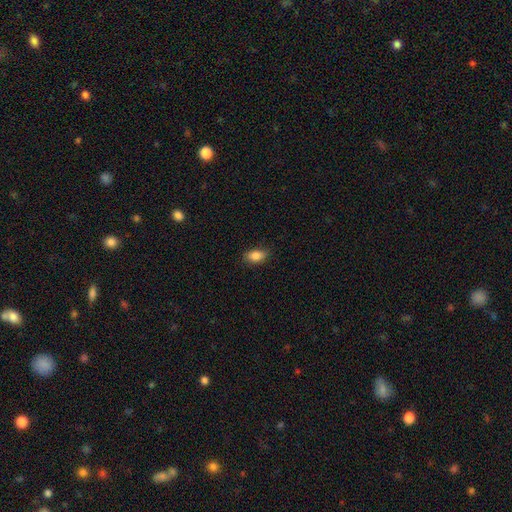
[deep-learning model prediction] Smooth or featured: smooth — 85% (star or artifact — 8%)
How rounded: in between — 88% (round — 9%)
Merging: none — 84% (minor disturbance — 13%)